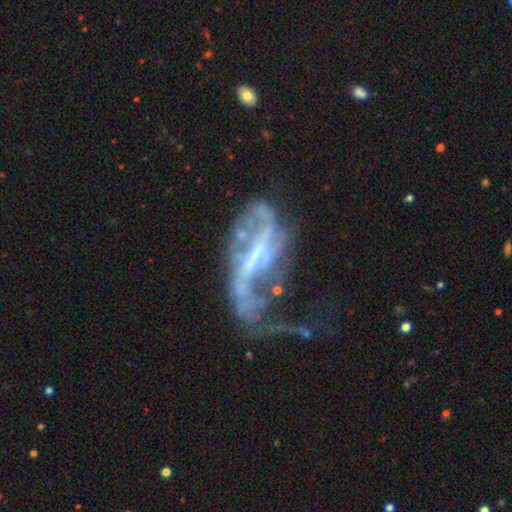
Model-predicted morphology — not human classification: A featured or disk galaxy (77%) with a strong bar (42%), spiral arms (62%) and no central bulge (41%). Merging: major disturbance (56%).